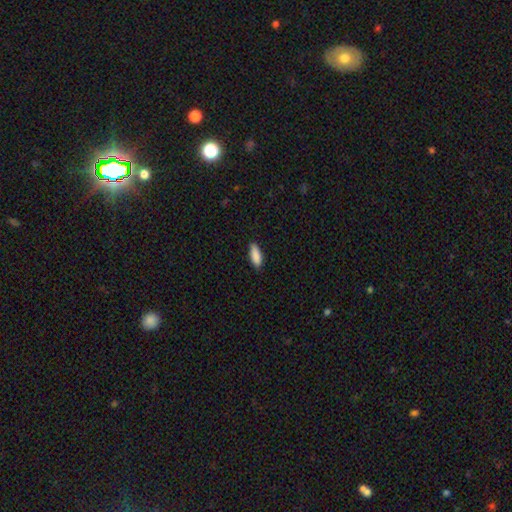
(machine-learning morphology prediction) A smooth galaxy with no disk features (89%) that is in between round and cigar-shaped (74%).

Vote fractions:
- Smooth or featured? smooth: 89% / star or artifact: 6% / featured or disk: 5%
- How rounded? in between: 74% / cigar-shaped: 25% / round: 2%
- Merging? none: 84% / minor disturbance: 13% / major disturbance: 2% / merger: 1%